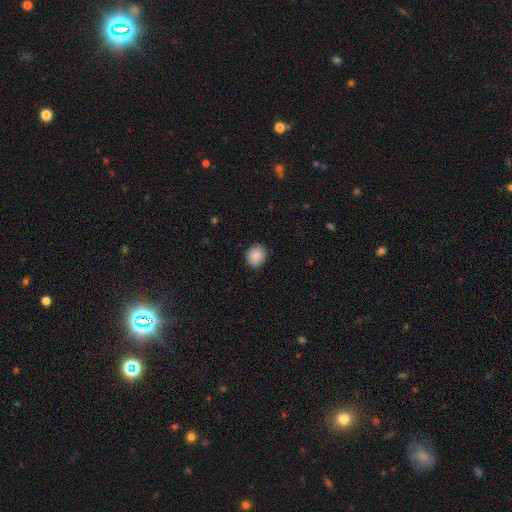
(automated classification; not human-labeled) Morphology: type=smooth (89%); roundness=round (79%); merging=none (91%).